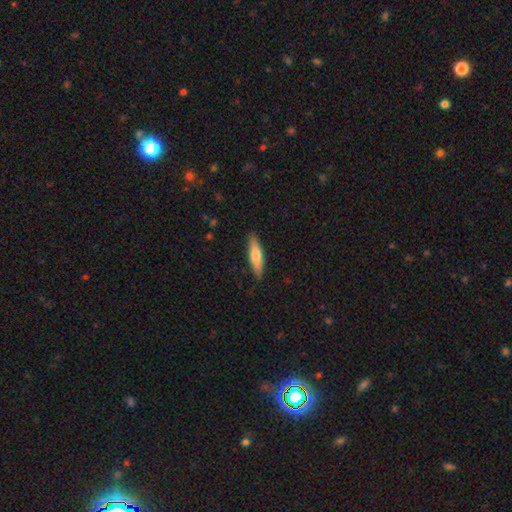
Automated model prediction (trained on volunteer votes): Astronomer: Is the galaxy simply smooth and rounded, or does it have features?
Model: smooth — 65%.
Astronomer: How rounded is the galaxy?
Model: cigar-shaped — 74%.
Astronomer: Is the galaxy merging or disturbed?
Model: none — 88%.